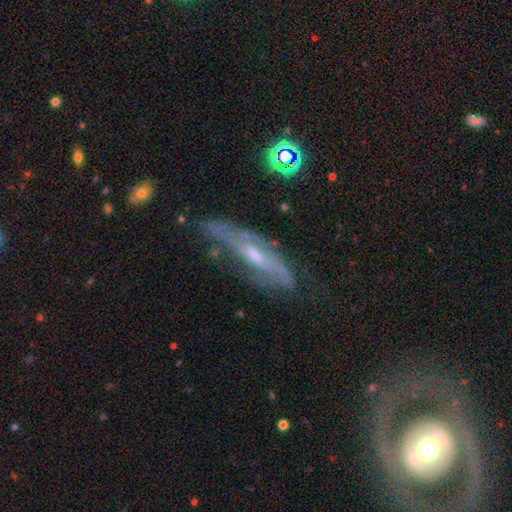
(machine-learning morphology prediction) featured or disk 74%, smooth 18%, star or artifact 8%. Down the decision tree: edge-on disk — no (64%); merging — none (54%).